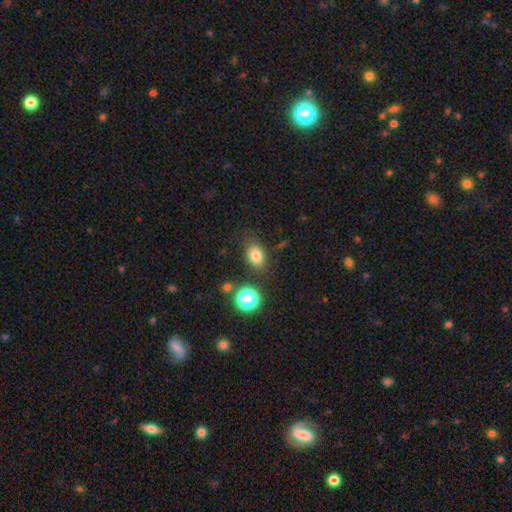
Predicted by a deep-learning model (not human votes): Smooth or featured? smooth (79%)
How rounded? in between (73%)
Merging? none (77%)